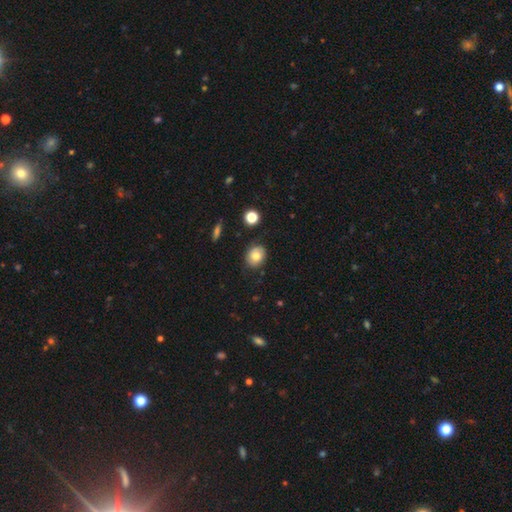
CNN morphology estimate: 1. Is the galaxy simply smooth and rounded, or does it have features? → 76% smooth, 14% featured or disk, 10% star or artifact.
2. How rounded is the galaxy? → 58% round, 41% in between, 1% cigar-shaped.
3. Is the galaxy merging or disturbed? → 79% none, 16% minor disturbance, 4% major disturbance, 2% merger.